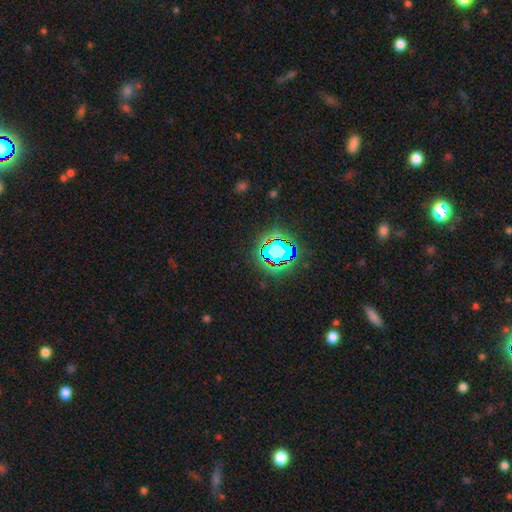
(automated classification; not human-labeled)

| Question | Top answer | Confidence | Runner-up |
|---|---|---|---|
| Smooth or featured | star or artifact | 79% | smooth (13%) |